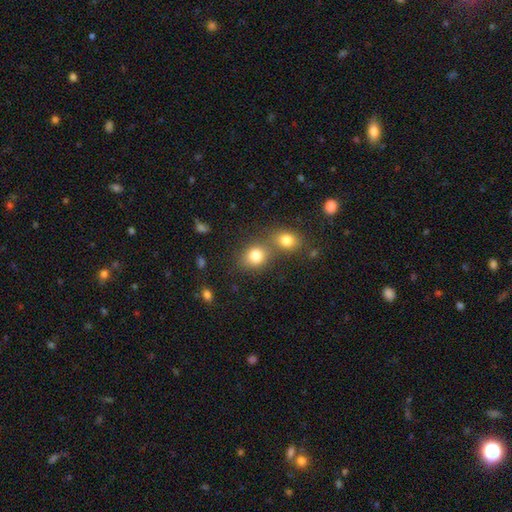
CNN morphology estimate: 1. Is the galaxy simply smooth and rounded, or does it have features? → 81% smooth, 11% star or artifact, 8% featured or disk.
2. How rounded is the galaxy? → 63% round, 36% in between, 1% cigar-shaped.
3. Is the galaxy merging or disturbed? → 50% none, 37% merger, 9% minor disturbance, 4% major disturbance.